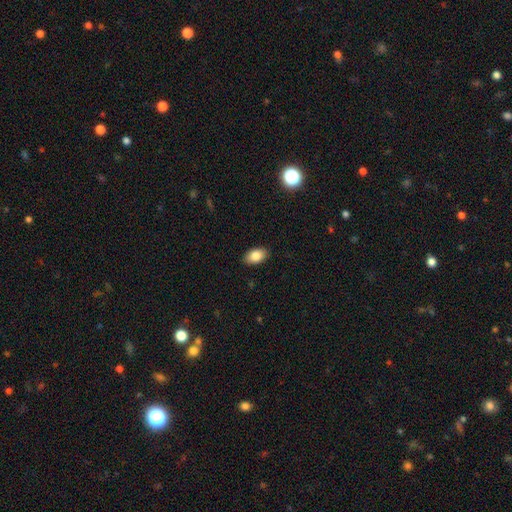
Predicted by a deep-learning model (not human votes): A smooth galaxy with no disk features (85%) that is in between round and cigar-shaped (91%).

Vote fractions:
- Smooth or featured? smooth: 85% / star or artifact: 8% / featured or disk: 7%
- How rounded? in between: 91% / round: 7% / cigar-shaped: 2%
- Merging? none: 88% / minor disturbance: 9% / major disturbance: 2% / merger: 1%